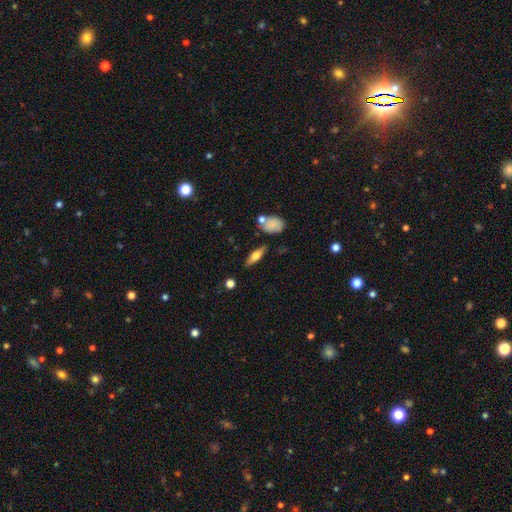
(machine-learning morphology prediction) The model was most divided on "how rounded": in between: 51%, cigar-shaped: 45%, round: 4%. More confident: merging — none (81%); smooth or featured — smooth (54%).